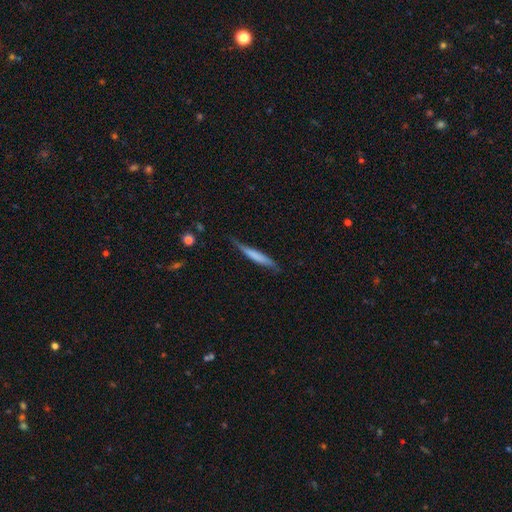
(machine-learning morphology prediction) A smooth galaxy with no disk features (61%) that is cigar-shaped (93%). Merging: none (65%).